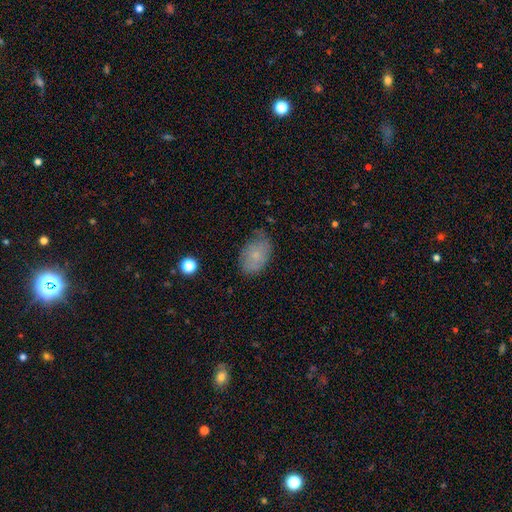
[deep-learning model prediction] smooth_or_featured: smooth (p=0.69) [alt: featured or disk p=0.22]
how_rounded: in between (p=0.88) [alt: round p=0.11]
merging: none (p=0.64) [alt: minor disturbance p=0.28]